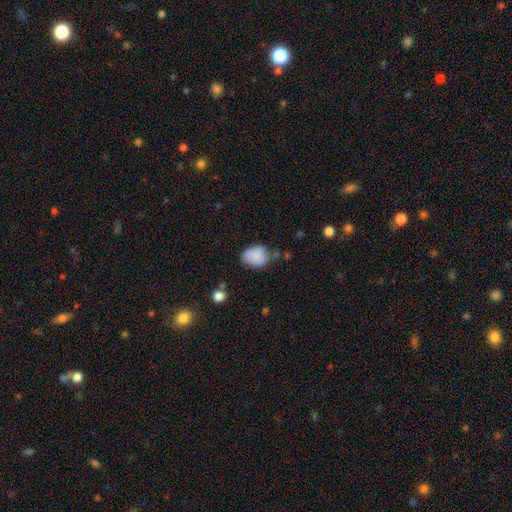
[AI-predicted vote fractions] The model was most divided on "merging": none: 53%, minor disturbance: 31%, major disturbance: 8%, merger: 7%. More confident: smooth or featured — smooth (82%); how rounded — in between (62%).